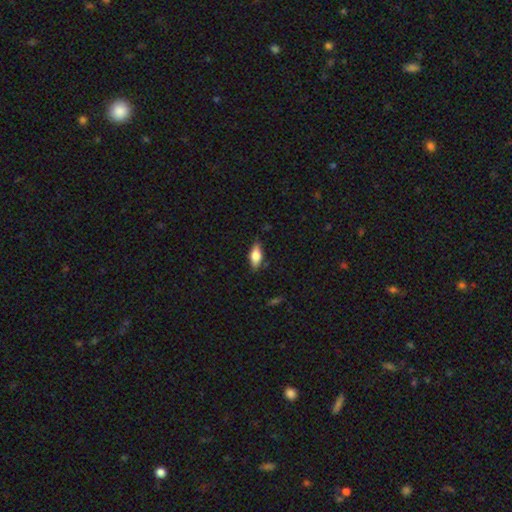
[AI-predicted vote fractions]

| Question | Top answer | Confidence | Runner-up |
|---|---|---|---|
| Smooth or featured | smooth | 69% | featured or disk (24%) |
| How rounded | in between | 80% | cigar-shaped (17%) |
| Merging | none | 81% | minor disturbance (15%) |